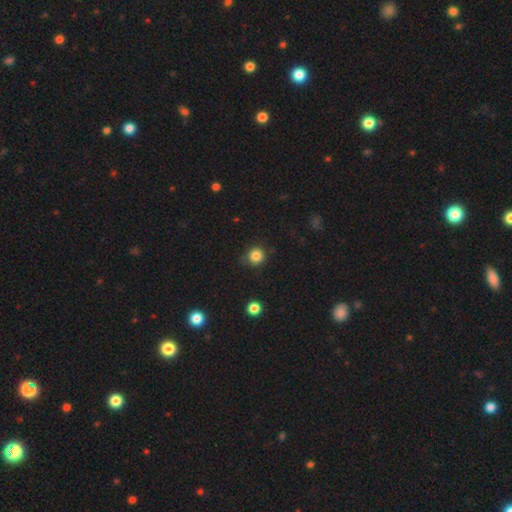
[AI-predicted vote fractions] This is clearly a smooth galaxy (84%). How rounded: clearly round (91%). Merging: clearly none (80%).